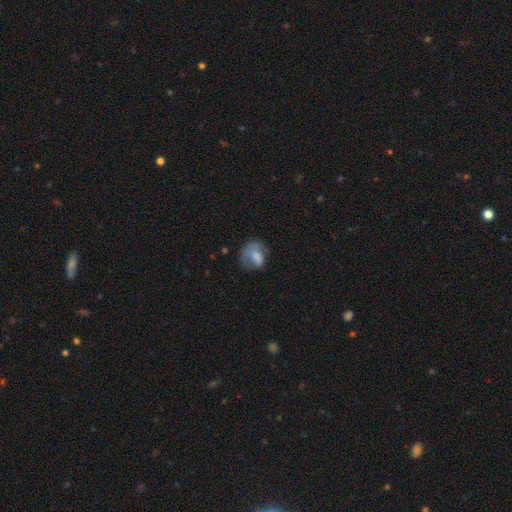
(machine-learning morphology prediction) A smooth galaxy with no disk features (63%) that is in between round and cigar-shaped (51%).

Vote fractions:
- Smooth or featured? smooth: 63% / featured or disk: 27% / star or artifact: 10%
- How rounded? in between: 51% / round: 48% / cigar-shaped: 1%
- Merging? major disturbance: 35% / none: 34% / minor disturbance: 28% / merger: 3%